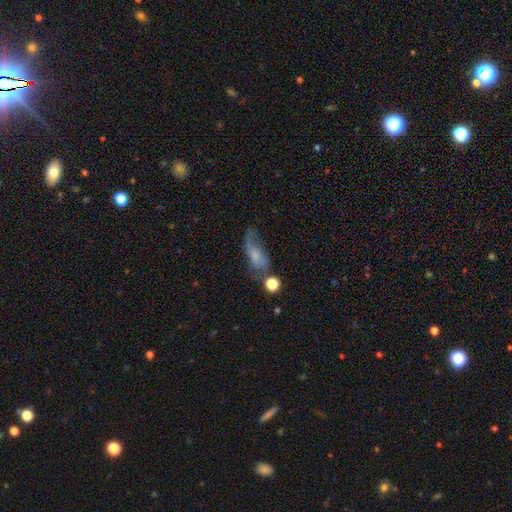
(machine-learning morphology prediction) smooth 48%, featured or disk 39%, star or artifact 13%. Down the decision tree: merging — none (34%).